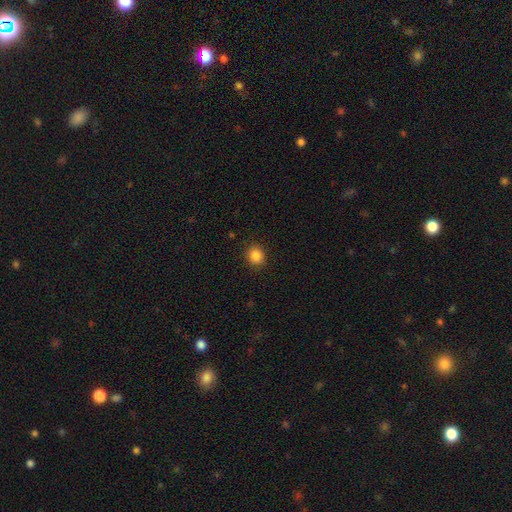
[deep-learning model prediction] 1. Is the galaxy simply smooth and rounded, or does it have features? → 86% smooth, 11% star or artifact, 4% featured or disk.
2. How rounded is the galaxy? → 80% round, 19% in between, 1% cigar-shaped.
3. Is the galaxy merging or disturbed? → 90% none, 7% minor disturbance, 2% major disturbance, 1% merger.